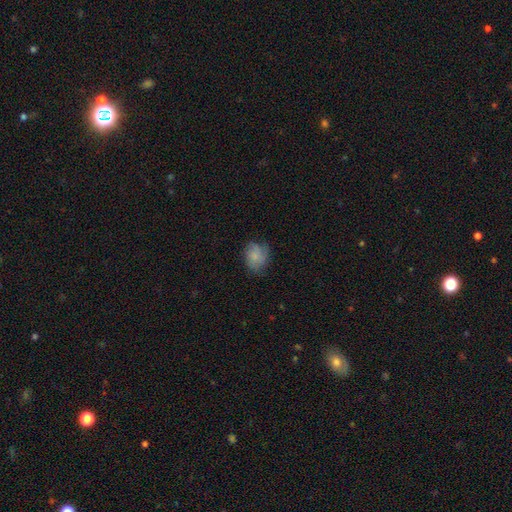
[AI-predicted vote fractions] smooth 63%, featured or disk 28%, star or artifact 9%. Down the decision tree: how rounded — round (54%); merging — none (63%).